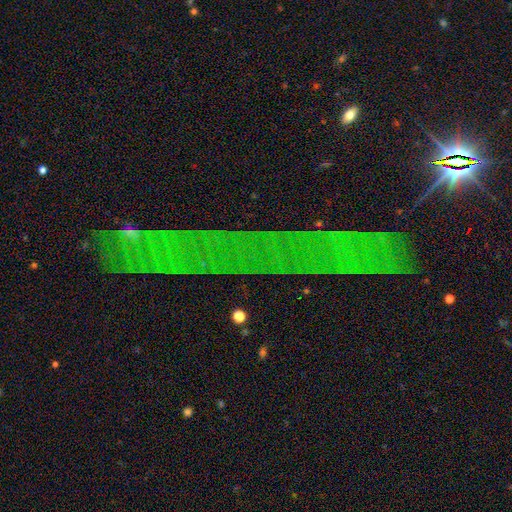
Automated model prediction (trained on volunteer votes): star or artifact 77%, featured or disk 13%, smooth 10%.